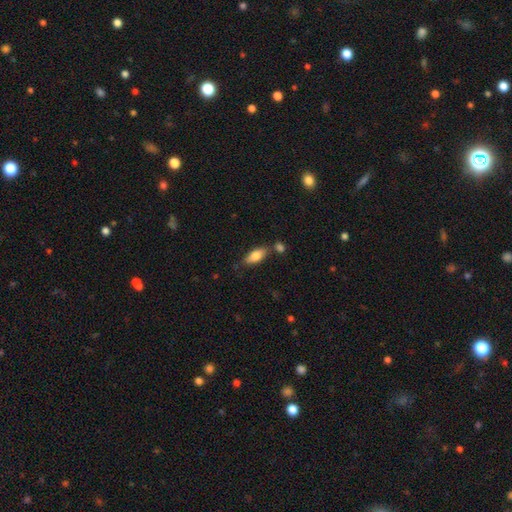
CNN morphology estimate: type=smooth (78%); roundness=in between (80%); merging=none (70%).